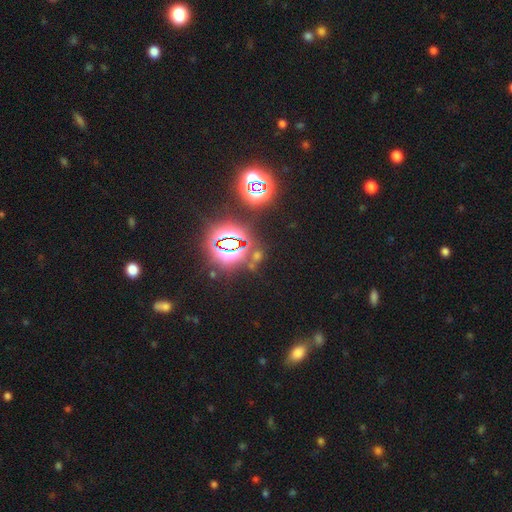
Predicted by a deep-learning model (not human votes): The model was most divided on "smooth or featured": star or artifact: 71%, smooth: 21%, featured or disk: 8%.